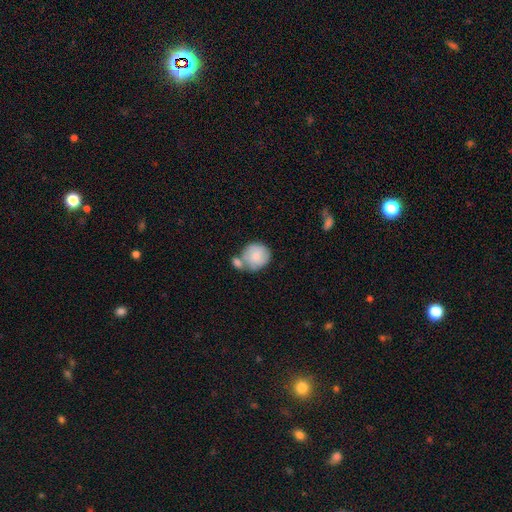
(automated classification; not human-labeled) A smooth galaxy with no disk features (74%) that is round (82%). Merging: merger (42%).